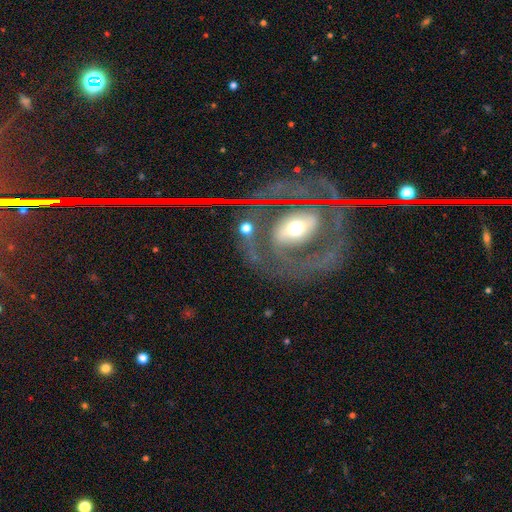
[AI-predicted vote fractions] Smooth or featured?
  - featured or disk: 78% *
  - smooth: 12%
  - star or artifact: 10%
Edge-on disk?
  - no: 94% *
  - yes: 6%
Bar?
  - no: 50% *
  - weak: 26%
  - strong: 24%
Spiral arms?
  - yes: 67% *
  - no: 33%
Bulge size?
  - moderate: 57% *
  - small: 32%
  - large: 8%
  - dominant: 2%
  - none: 1%
Merging?
  - none: 67% *
  - minor disturbance: 15%
  - major disturbance: 14%
  - merger: 4%